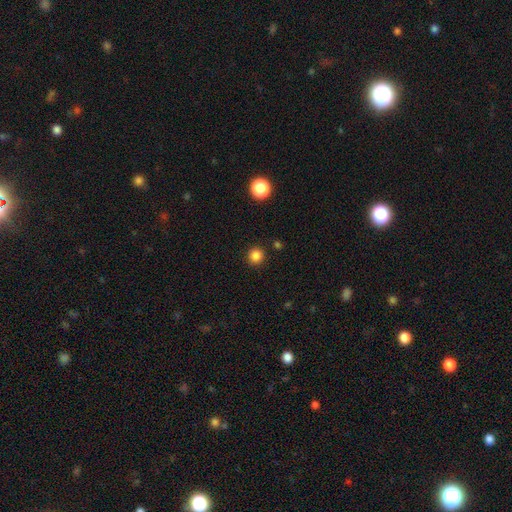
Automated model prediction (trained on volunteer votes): smooth-or-featured: smooth: 84% | star or artifact: 12% | featured or disk: 3%
  how-rounded: round: 93% | in between: 6% | cigar-shaped: 1%
  merging: none: 91% | minor disturbance: 5% | major disturbance: 2% | merger: 2%